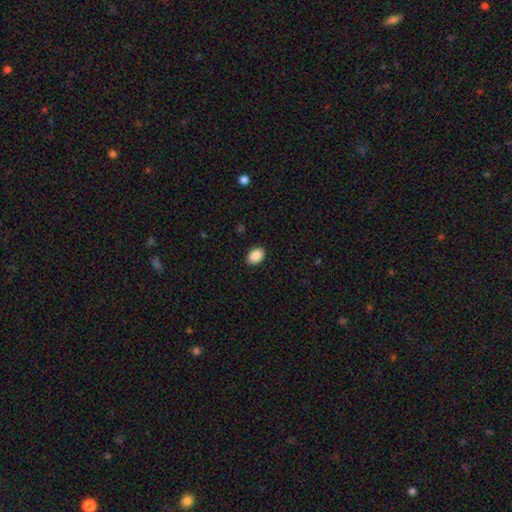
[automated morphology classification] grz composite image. It shows a smooth galaxy with no disk features (89%) that is in between round and cigar-shaped (76%). Merging: none (90%).